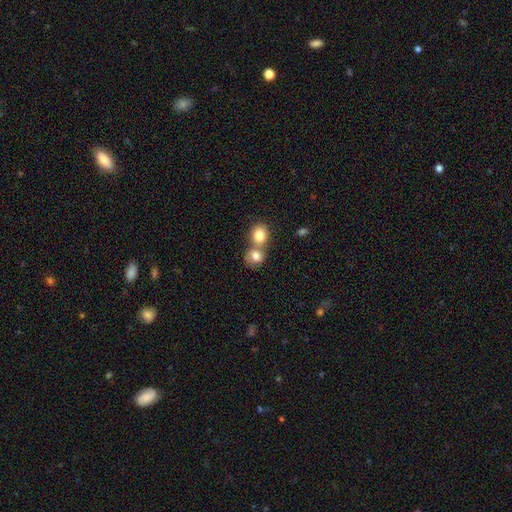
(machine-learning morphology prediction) A smooth galaxy with no disk features (82%) that is round (75%).

Vote fractions:
- Smooth or featured? smooth: 82% / featured or disk: 9% / star or artifact: 9%
- How rounded? round: 75% / in between: 24% / cigar-shaped: 1%
- Merging? merger: 56% / none: 35% / minor disturbance: 6% / major disturbance: 2%